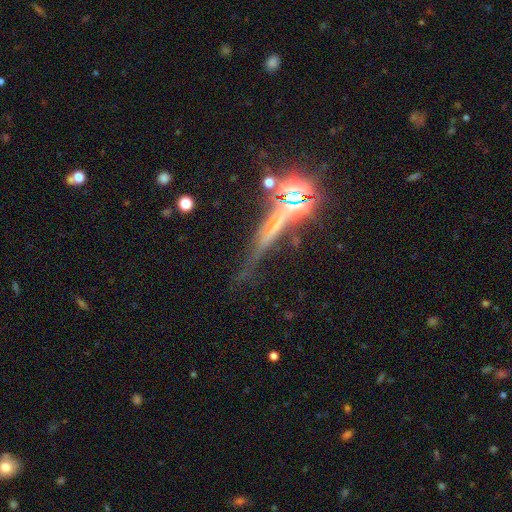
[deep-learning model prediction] The model was most divided on "smooth or featured": star or artifact: 48%, featured or disk: 31%, smooth: 21%.